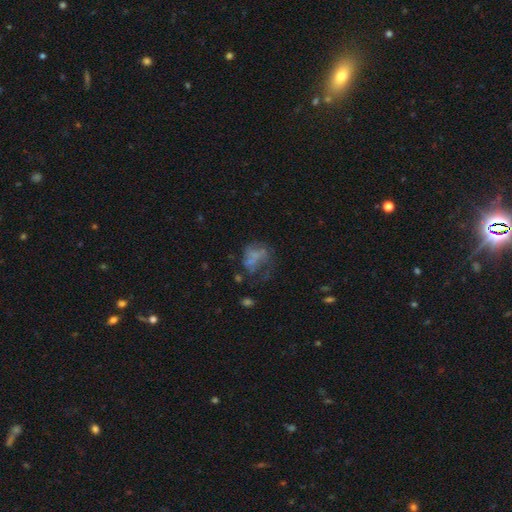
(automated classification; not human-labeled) featured or disk 43%, smooth 41%, star or artifact 16%. Down the decision tree: merging — major disturbance (43%).